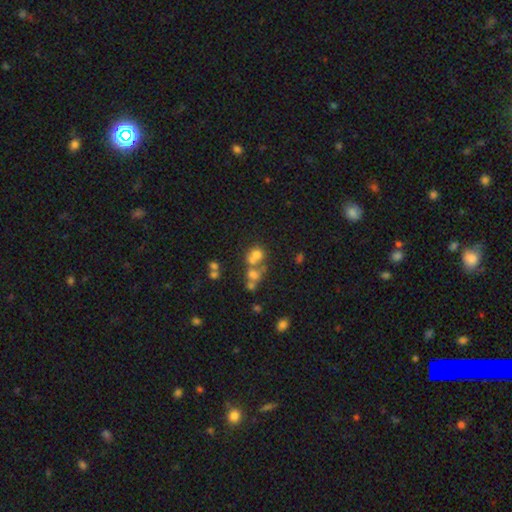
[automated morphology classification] Q: Smooth or featured?
A: smooth (58%); runner-up: featured or disk (23%)
Q: How rounded?
A: round (72%); runner-up: in between (27%)
Q: Merging?
A: merger (51%); runner-up: none (34%)